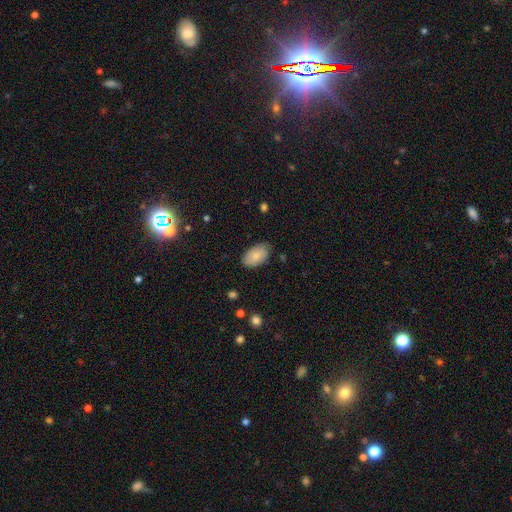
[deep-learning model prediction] smooth-or-featured: smooth: 79% | featured or disk: 14% | star or artifact: 7%
  how-rounded: in between: 94% | round: 4% | cigar-shaped: 1%
  merging: none: 80% | minor disturbance: 16% | major disturbance: 3% | merger: 1%